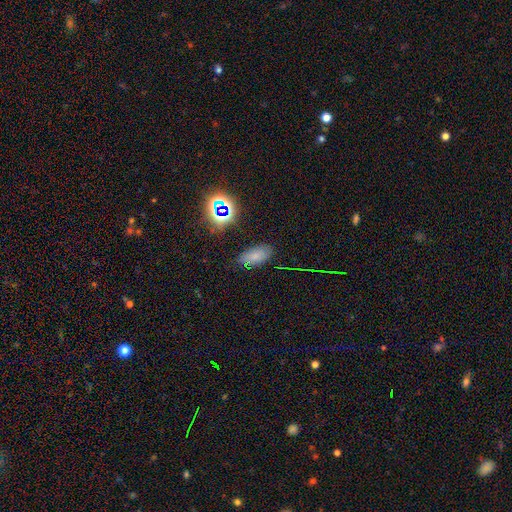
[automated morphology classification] Q: Smooth or featured?
A: smooth (69%); runner-up: star or artifact (20%)
Q: How rounded?
A: in between (90%); runner-up: cigar-shaped (5%)
Q: Merging?
A: none (80%); runner-up: minor disturbance (14%)